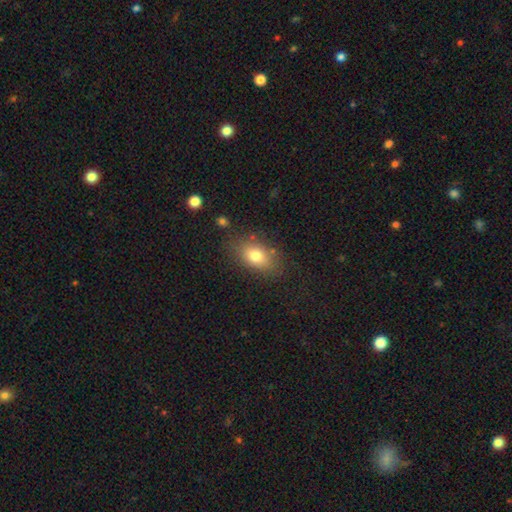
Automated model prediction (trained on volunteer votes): smooth 78%, featured or disk 13%, star or artifact 9%. Down the decision tree: how rounded — in between (84%); merging — none (78%).